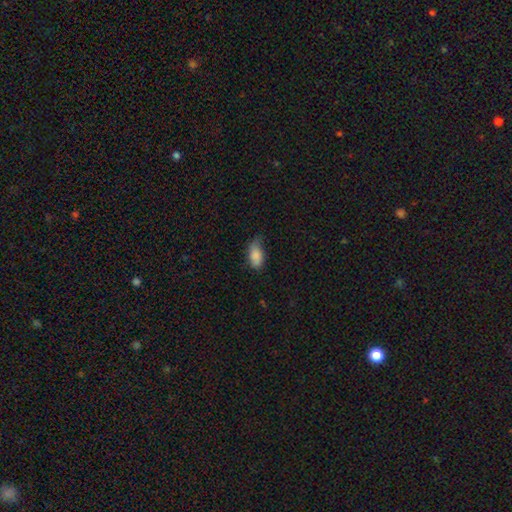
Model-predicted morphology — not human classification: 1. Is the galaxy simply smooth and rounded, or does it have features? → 83% smooth, 10% featured or disk, 7% star or artifact.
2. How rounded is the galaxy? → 91% in between, 5% cigar-shaped, 4% round.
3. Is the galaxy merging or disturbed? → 46% none, 40% minor disturbance, 12% major disturbance, 2% merger.